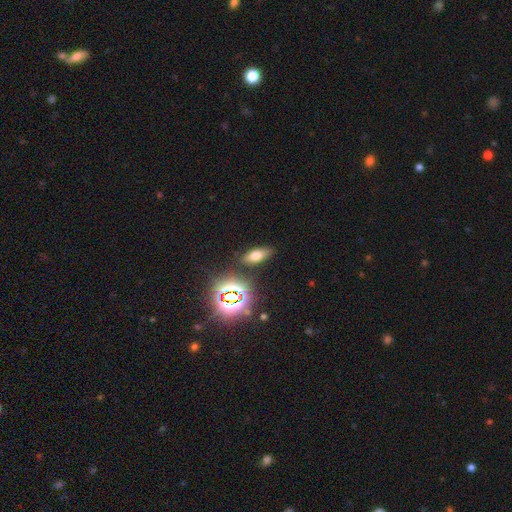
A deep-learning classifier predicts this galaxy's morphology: The model was most divided on "smooth or featured": smooth: 59%, star or artifact: 25%, featured or disk: 16%. More confident: merging — none (85%); how rounded — in between (73%).